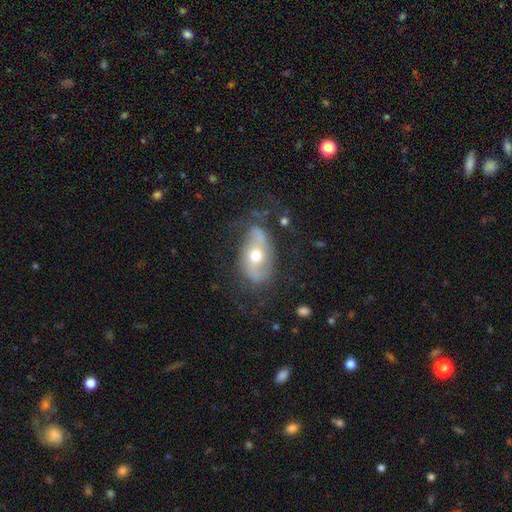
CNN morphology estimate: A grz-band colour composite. It shows a featured or disk galaxy (63%) with no bar (49%), spiral arms (65%) and a moderate central bulge (77%). Merging: none (65%).